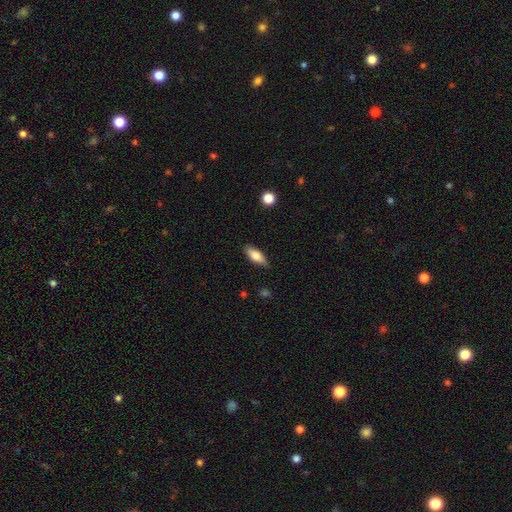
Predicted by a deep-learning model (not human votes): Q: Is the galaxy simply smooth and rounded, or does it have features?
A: smooth — 71%.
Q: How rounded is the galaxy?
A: in between — 69%.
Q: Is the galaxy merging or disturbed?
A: none — 86%.